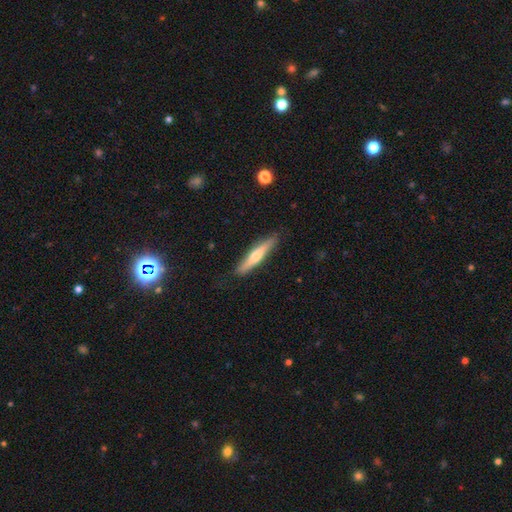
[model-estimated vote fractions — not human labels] smooth-or-featured: smooth: 48% | featured or disk: 46% | star or artifact: 6%
  merging: none: 86% | minor disturbance: 11% | major disturbance: 2% | merger: 1%